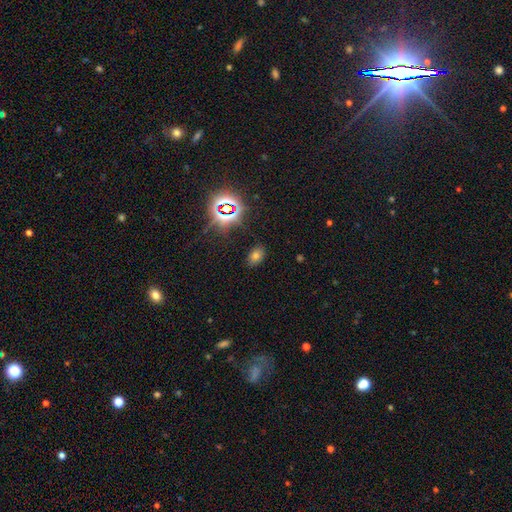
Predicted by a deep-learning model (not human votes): Overall: smooth (60%; star or artifact 31%). How rounded: in between (82%). Merging: none (84%).